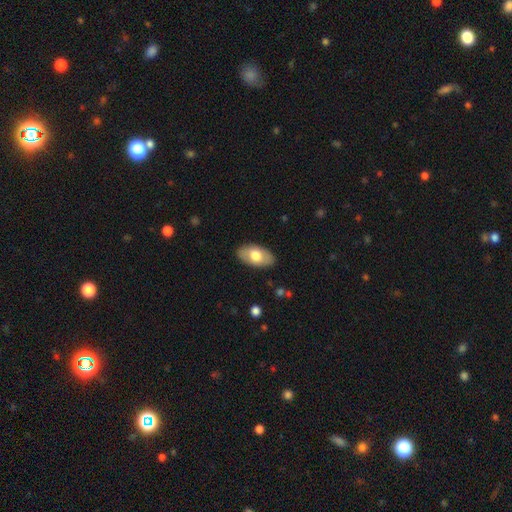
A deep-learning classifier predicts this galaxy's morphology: A smooth galaxy with no disk features (66%) that is in between round and cigar-shaped (94%). Merging: none (85%).